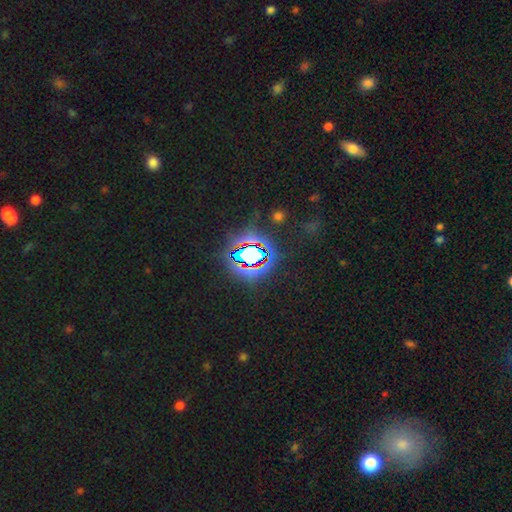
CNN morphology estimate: smooth_or_featured: star or artifact (p=0.79) [alt: smooth p=0.12]